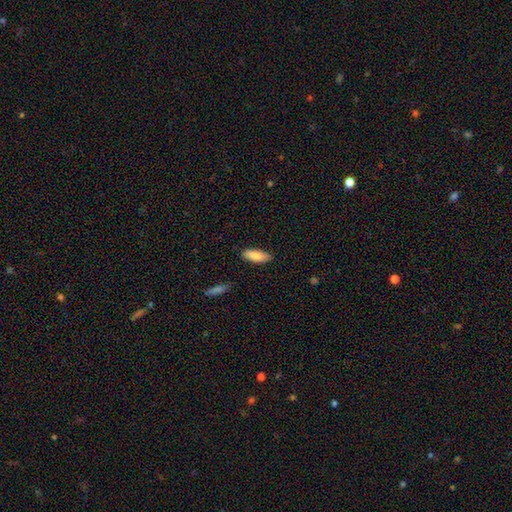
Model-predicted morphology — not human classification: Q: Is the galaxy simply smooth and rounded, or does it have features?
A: smooth — 84%.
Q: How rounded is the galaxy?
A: in between — 71%.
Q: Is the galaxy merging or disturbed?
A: none — 87%.